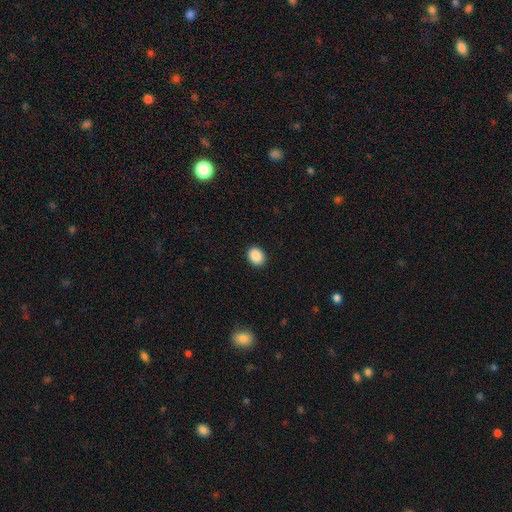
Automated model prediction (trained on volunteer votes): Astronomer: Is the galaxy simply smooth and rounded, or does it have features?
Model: smooth — 89%.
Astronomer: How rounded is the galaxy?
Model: in between — 52% (runner-up: round, 47%).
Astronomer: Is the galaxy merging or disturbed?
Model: none — 91%.